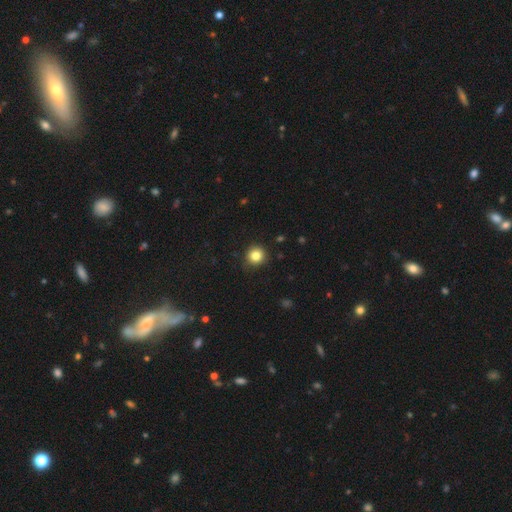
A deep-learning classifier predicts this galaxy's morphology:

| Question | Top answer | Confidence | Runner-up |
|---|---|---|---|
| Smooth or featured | smooth | 83% | star or artifact (12%) |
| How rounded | round | 93% | in between (6%) |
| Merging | none | 87% | minor disturbance (9%) |